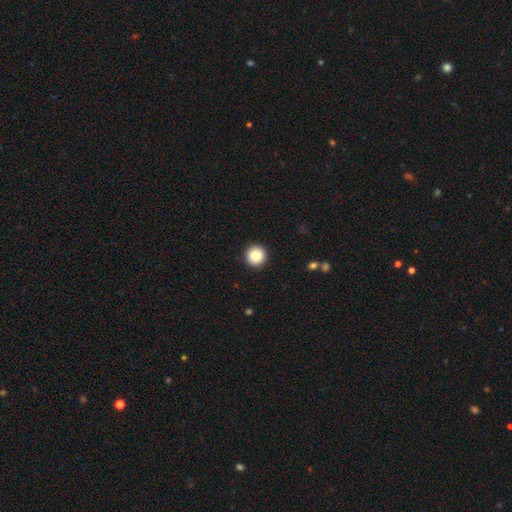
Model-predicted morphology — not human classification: smooth 86%, star or artifact 9%, featured or disk 5%. Down the decision tree: how rounded — round (94%); merging — none (93%).